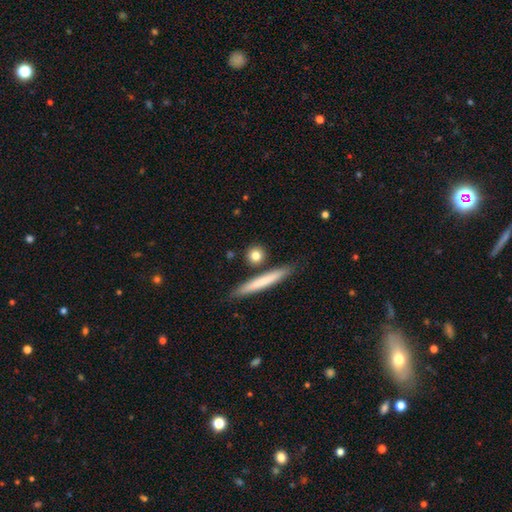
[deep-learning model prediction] Q: Smooth or featured?
A: smooth (78%); runner-up: featured or disk (15%)
Q: How rounded?
A: round (57%); runner-up: cigar-shaped (31%)
Q: Merging?
A: none (82%); runner-up: minor disturbance (9%)